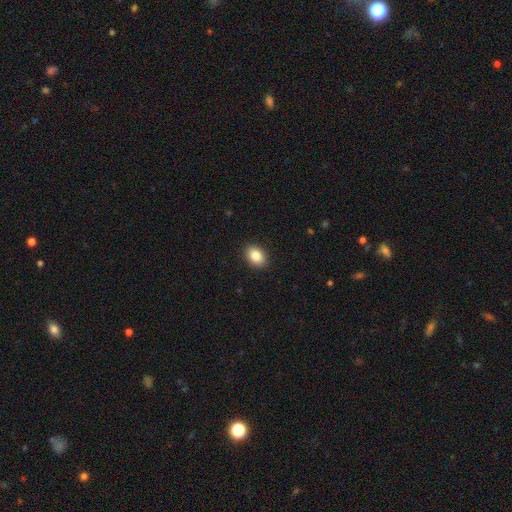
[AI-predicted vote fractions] smooth-or-featured: smooth: 86% | star or artifact: 8% | featured or disk: 6%
  how-rounded: in between: 75% | round: 24% | cigar-shaped: 1%
  merging: none: 90% | minor disturbance: 7% | major disturbance: 2% | merger: 1%